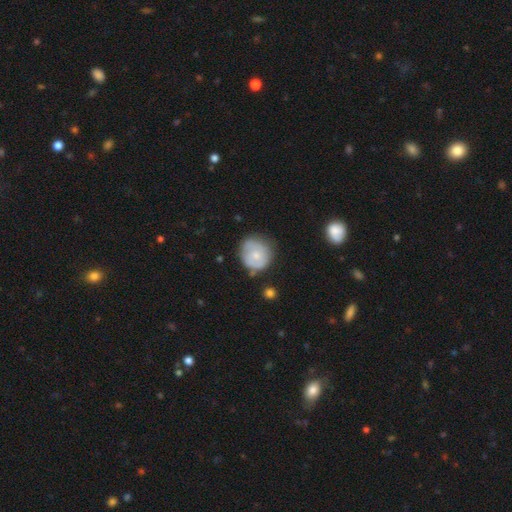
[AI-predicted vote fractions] Overall: smooth (57%; featured or disk 37%). How rounded: round (86%). Merging: none (63%; minor disturbance 26%).